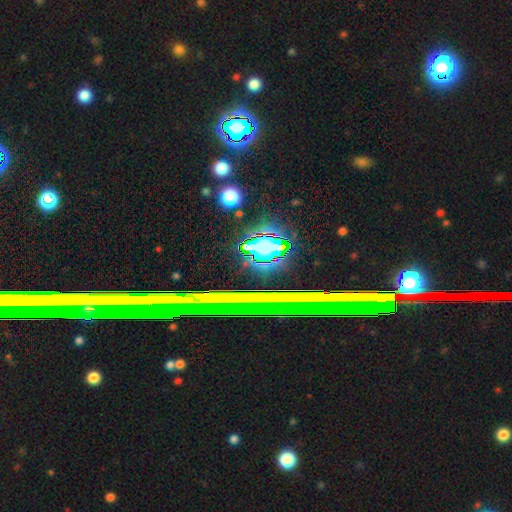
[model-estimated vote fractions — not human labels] Overall: star or artifact (75%).